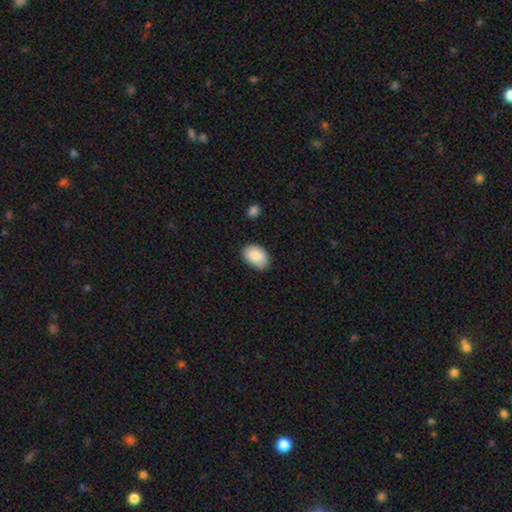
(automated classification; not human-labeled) A smooth galaxy with no disk features (89%) that is in between round and cigar-shaped (89%).

Vote fractions:
- Smooth or featured? smooth: 89% / star or artifact: 6% / featured or disk: 5%
- How rounded? in between: 89% / round: 10% / cigar-shaped: 1%
- Merging? none: 81% / minor disturbance: 15% / major disturbance: 3% / merger: 1%